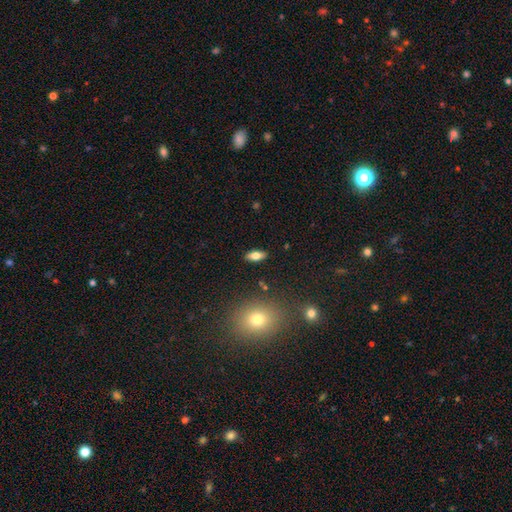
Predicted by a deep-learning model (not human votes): A smooth galaxy with no disk features (70%) that is in between round and cigar-shaped (83%).

Vote fractions:
- Smooth or featured? smooth: 70% / featured or disk: 21% / star or artifact: 9%
- How rounded? in between: 83% / cigar-shaped: 13% / round: 4%
- Merging? none: 87% / minor disturbance: 9% / major disturbance: 2% / merger: 2%